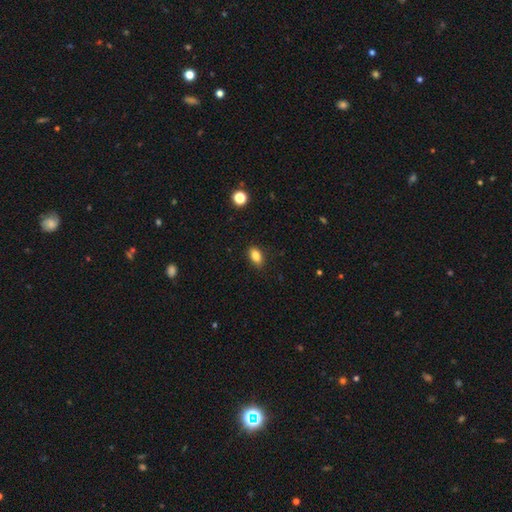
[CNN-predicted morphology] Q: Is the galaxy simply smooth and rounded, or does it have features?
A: smooth — 84%.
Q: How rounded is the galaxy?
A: in between — 87%.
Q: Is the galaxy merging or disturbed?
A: none — 87%.